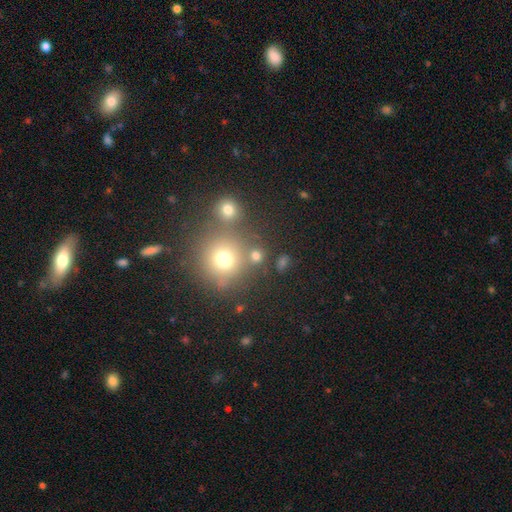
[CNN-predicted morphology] smooth-or-featured: smooth: 72% | star or artifact: 20% | featured or disk: 9%
  how-rounded: round: 84% | in between: 15% | cigar-shaped: 1%
  merging: none: 70% | merger: 16% | minor disturbance: 9% | major disturbance: 5%